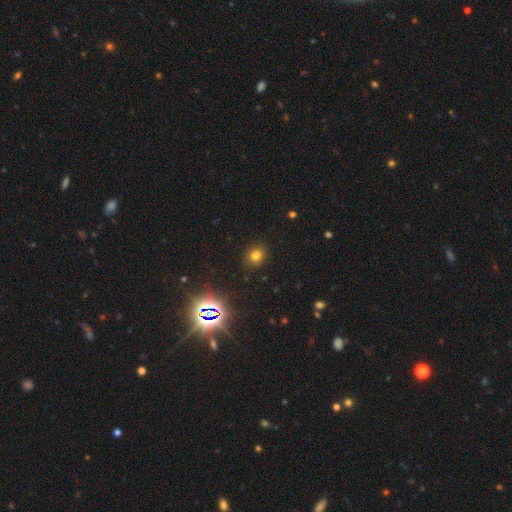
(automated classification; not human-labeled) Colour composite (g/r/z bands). It shows a smooth galaxy with no disk features (72%) that is round (74%). Merging: none (88%).